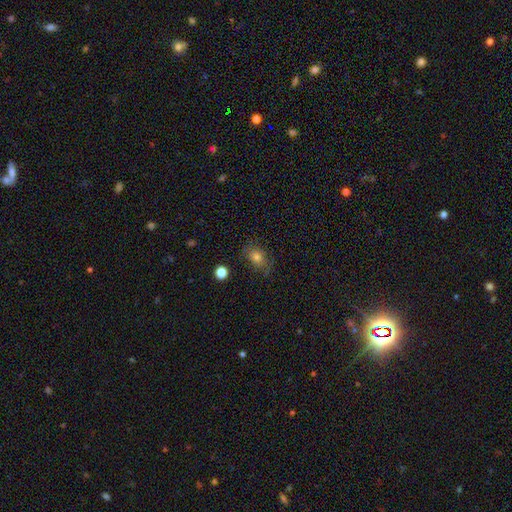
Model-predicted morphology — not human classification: This appears to be a smooth galaxy with no disk features (62%) that is in between round and cigar-shaped (58%). Merging: none (74%).